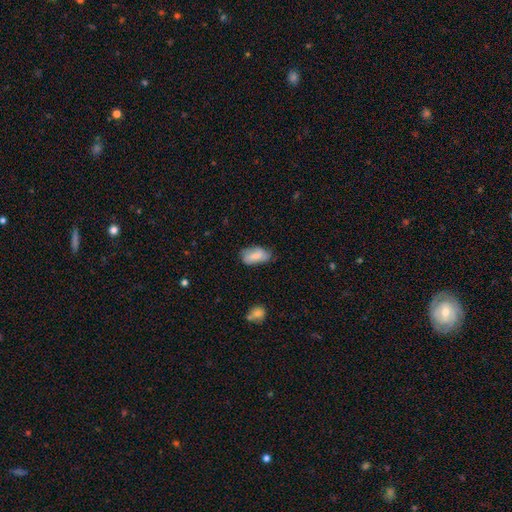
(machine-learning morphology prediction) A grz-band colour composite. It shows a smooth galaxy with no disk features (75%) that is in between round and cigar-shaped (91%). Merging: none (59%).